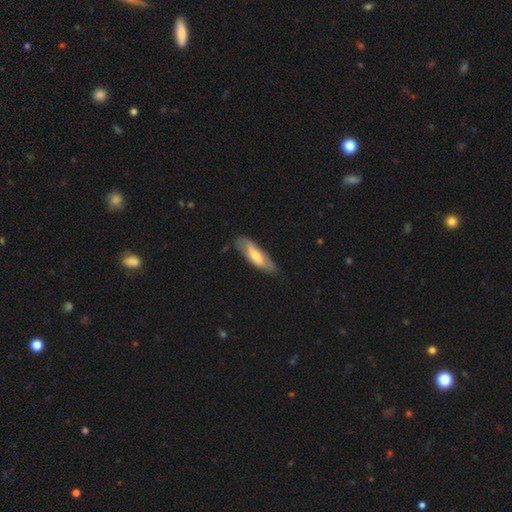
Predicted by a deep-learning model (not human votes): Q: Smooth or featured?
A: featured or disk (47%); tied with: smooth (47%)
Q: Merging?
A: none (76%); runner-up: minor disturbance (19%)